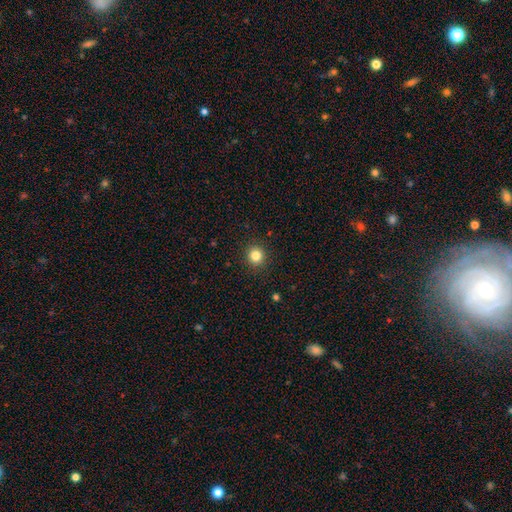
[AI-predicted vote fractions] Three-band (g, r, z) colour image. It shows a smooth galaxy with no disk features (83%) that is round (92%). Merging: none (92%).